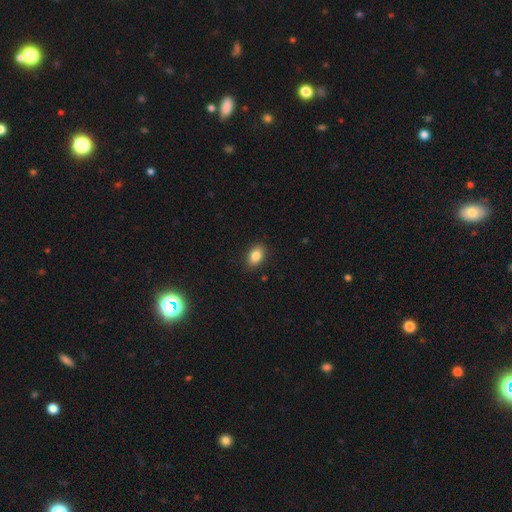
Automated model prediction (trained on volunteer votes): Q: Smooth or featured?
A: smooth (85%); runner-up: star or artifact (8%)
Q: How rounded?
A: in between (84%); runner-up: round (14%)
Q: Merging?
A: none (88%); runner-up: minor disturbance (9%)